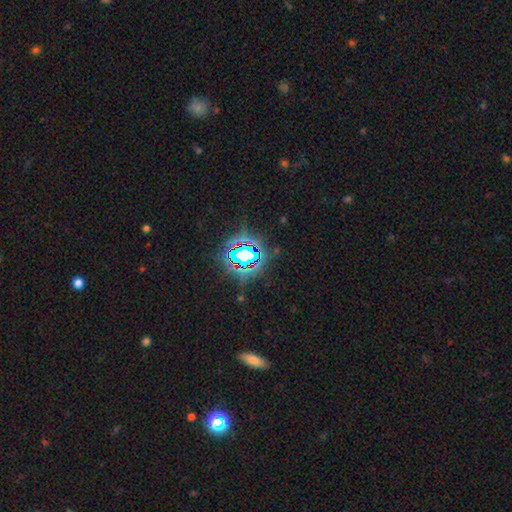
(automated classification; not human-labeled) The model was most divided on "smooth or featured": star or artifact: 80%, smooth: 12%, featured or disk: 9%.